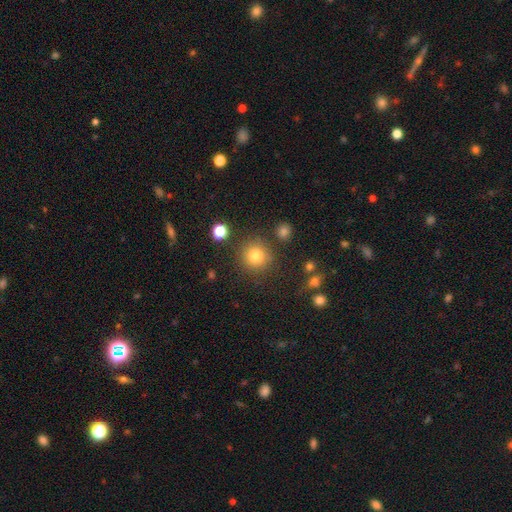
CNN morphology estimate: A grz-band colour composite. It shows a smooth galaxy with no disk features (79%) that is round (94%). Merging: none (85%).